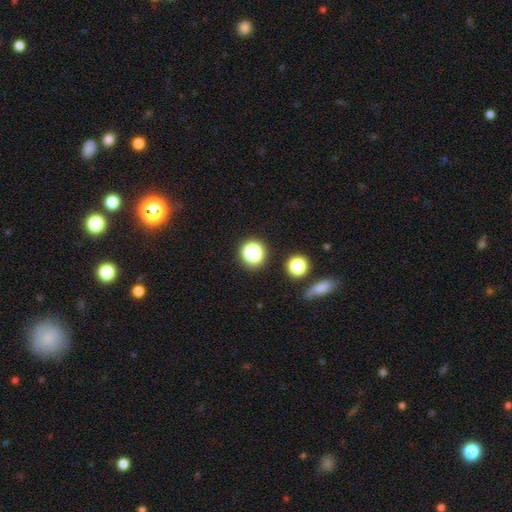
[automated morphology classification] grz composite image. It shows a smooth galaxy with no disk features (59%) that is round (88%). Merging: none (80%).